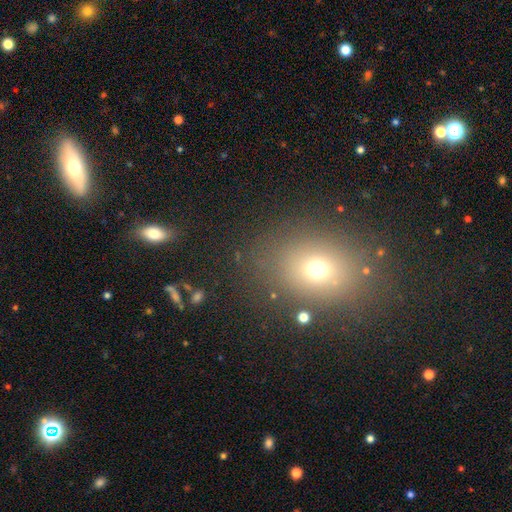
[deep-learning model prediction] smooth 63%, star or artifact 25%, featured or disk 12%. Down the decision tree: how rounded — in between (50%); merging — none (82%).